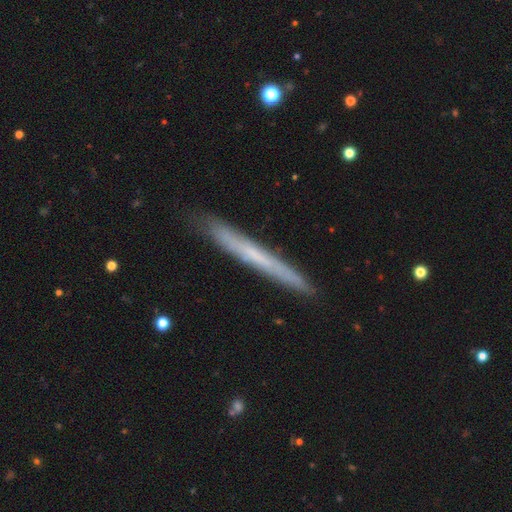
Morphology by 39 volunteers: This appears to be a featured or disk galaxy (56%) viewed edge-on (100%) with no central bulge (91%). Merging: none (82%).